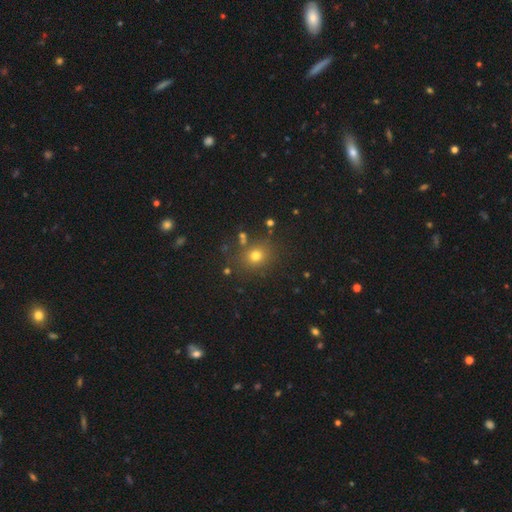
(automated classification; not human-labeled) Morphology: type=smooth (73%); roundness=round (73%); merging=none (80%).